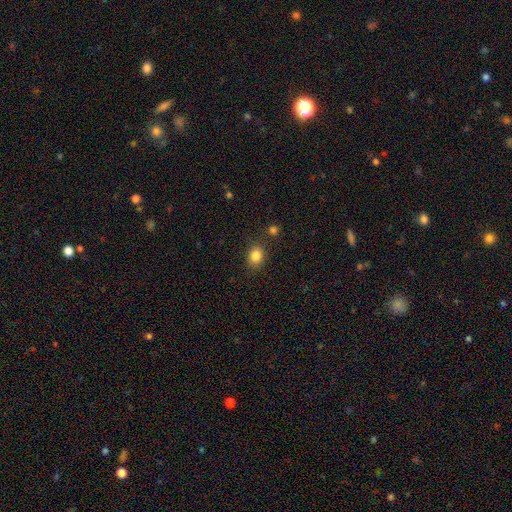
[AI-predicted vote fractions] Overall: smooth (84%). How rounded: in between (52%; round 47%). Merging: none (83%).